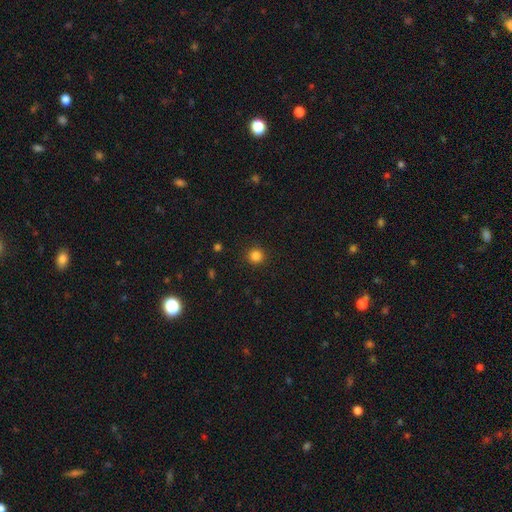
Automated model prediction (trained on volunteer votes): A smooth galaxy with no disk features (83%) that is round (94%).

Vote fractions:
- Smooth or featured? smooth: 83% / star or artifact: 13% / featured or disk: 4%
- How rounded? round: 94% / in between: 5% / cigar-shaped: 1%
- Merging? none: 91% / minor disturbance: 6% / major disturbance: 2% / merger: 1%